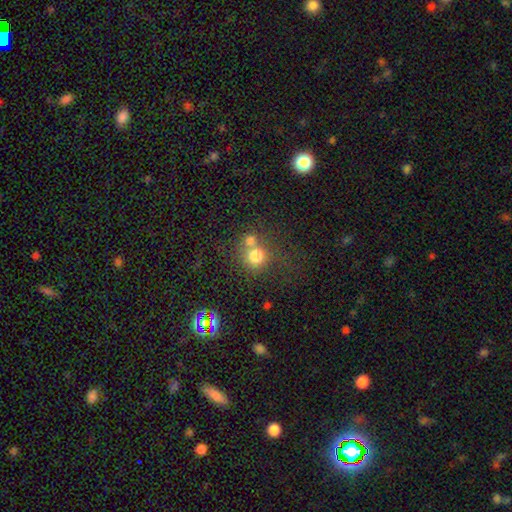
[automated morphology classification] Smooth or featured? smooth (75%)
How rounded? round (87%)
Merging? none (45%)